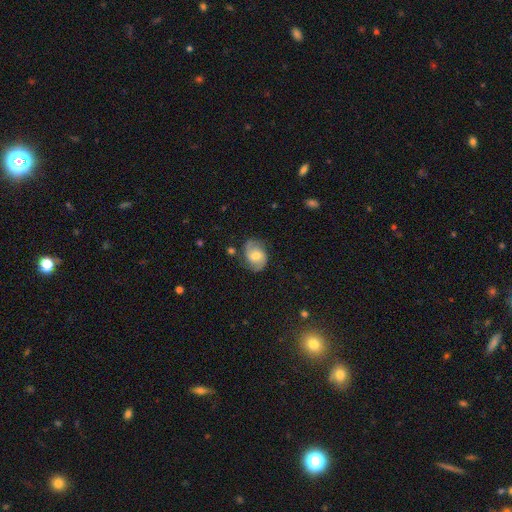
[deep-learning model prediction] Morphology: type=featured or disk (58%); edge-on=no (97%); bar=no (54%); spiral arms=yes (87%); bulge=moderate (63%); merging=none (72%).